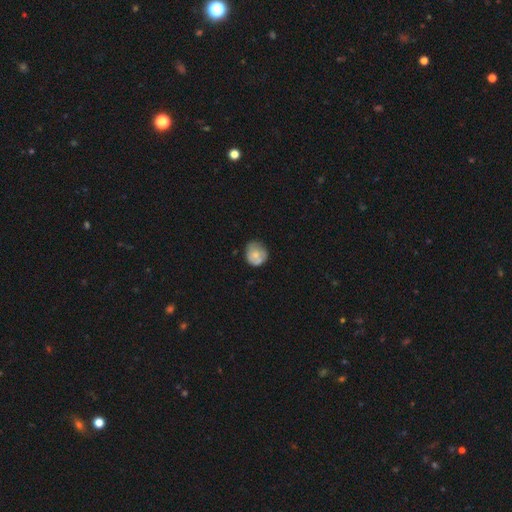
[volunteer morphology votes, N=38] This is likely a smooth galaxy (61%). How rounded: likely round (78%). Merging: likely none (65%).